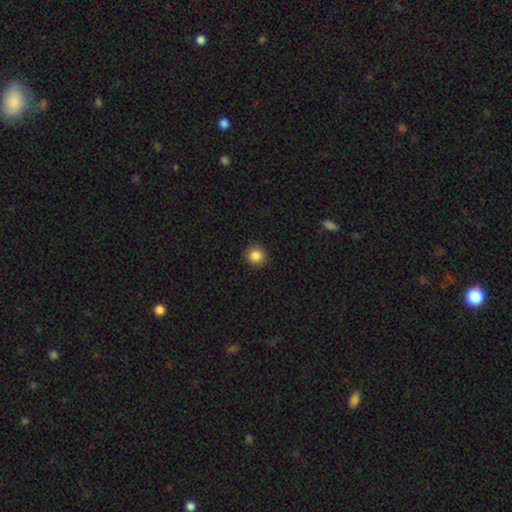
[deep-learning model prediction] Morphology: type=smooth (86%); roundness=round (92%); merging=none (91%).